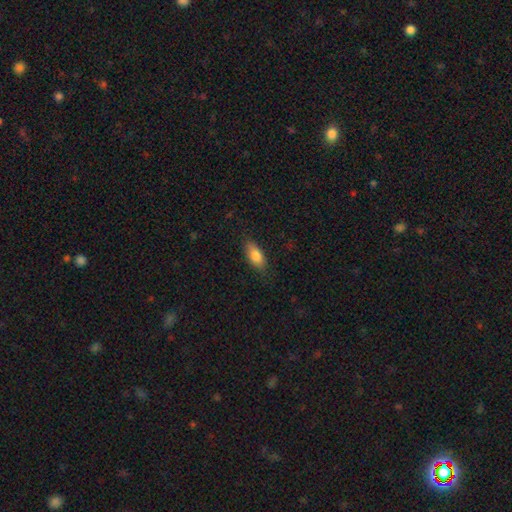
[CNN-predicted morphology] Smooth or featured: smooth — 82% (featured or disk — 12%)
How rounded: in between — 84% (cigar-shaped — 13%)
Merging: none — 83% (minor disturbance — 13%)